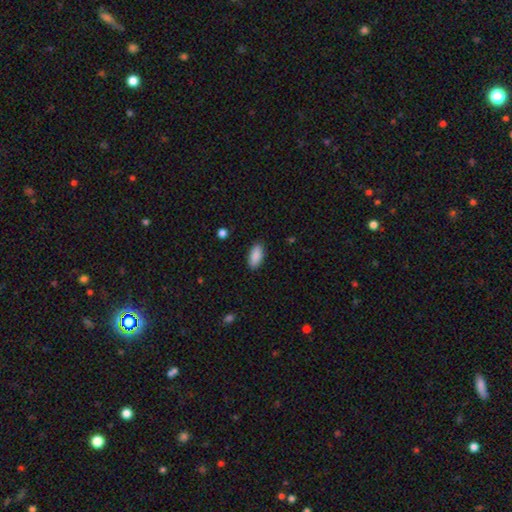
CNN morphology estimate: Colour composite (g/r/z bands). It shows a smooth galaxy with no disk features (90%) that is in between round and cigar-shaped (88%). Merging: none (88%).